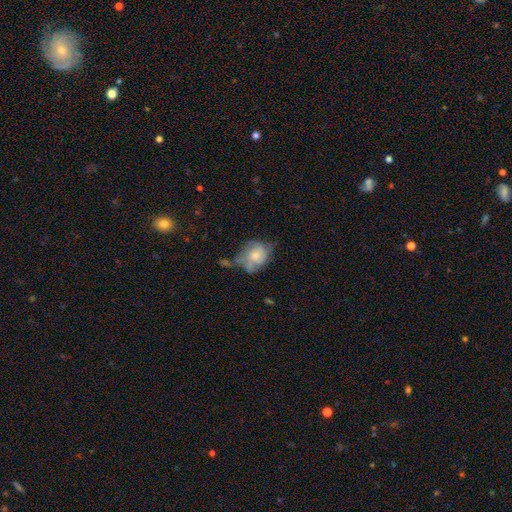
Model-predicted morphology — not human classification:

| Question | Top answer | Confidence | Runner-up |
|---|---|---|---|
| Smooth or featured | smooth | 51% | featured or disk (40%) |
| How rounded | in between | 56% | round (43%) |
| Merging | none | 34% | minor disturbance (33%) |